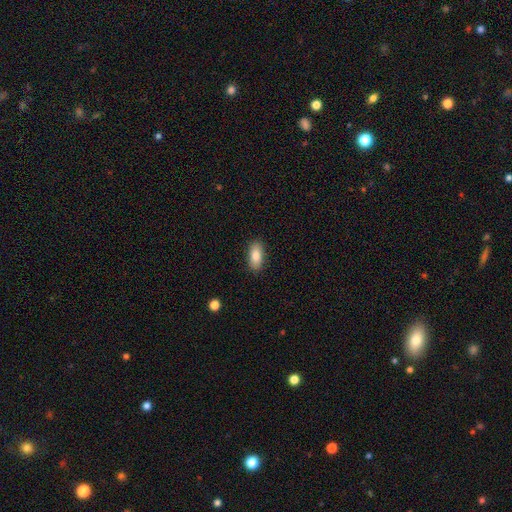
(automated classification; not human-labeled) Smooth or featured?
  - smooth: 82% *
  - featured or disk: 11%
  - star or artifact: 7%
How rounded?
  - in between: 89% *
  - cigar-shaped: 8%
  - round: 3%
Merging?
  - none: 89% *
  - minor disturbance: 8%
  - major disturbance: 2%
  - merger: 1%